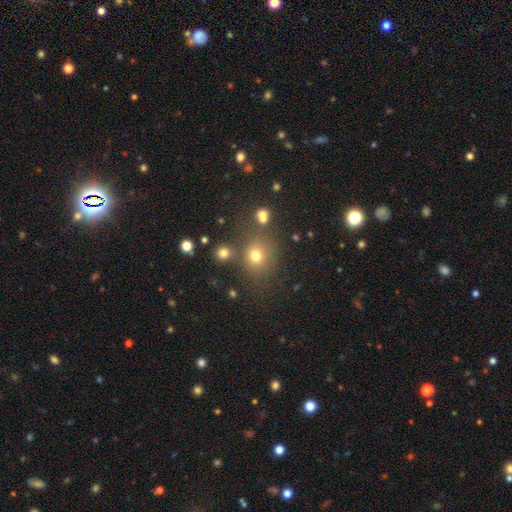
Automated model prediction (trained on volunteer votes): smooth 72%, star or artifact 19%, featured or disk 9%. Down the decision tree: how rounded — round (79%); merging — none (71%).